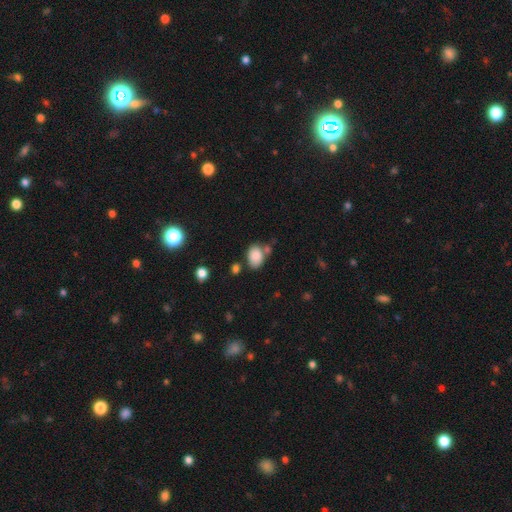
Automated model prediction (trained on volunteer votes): The model was most divided on "merging": none: 55%, merger: 20%, minor disturbance: 19%, major disturbance: 6%. More confident: smooth or featured — smooth (85%); how rounded — in between (80%).